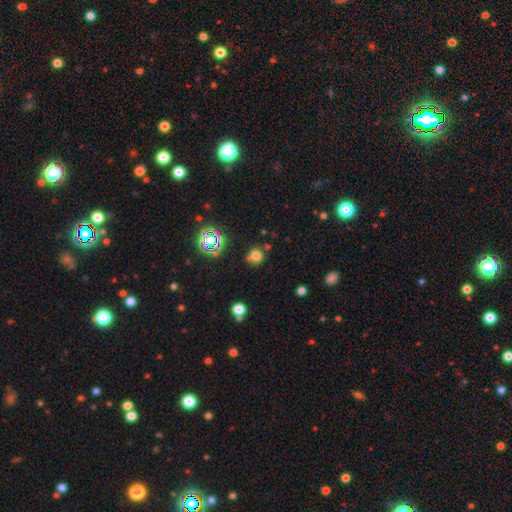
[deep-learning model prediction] The model was most divided on "smooth or featured": smooth: 68%, star or artifact: 22%, featured or disk: 9%. More confident: how rounded — round (81%); merging — none (65%).